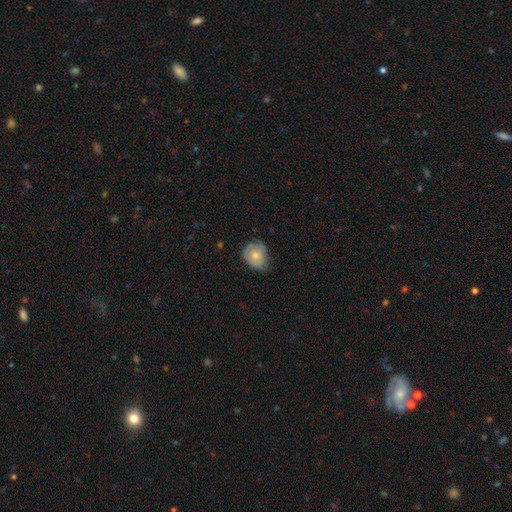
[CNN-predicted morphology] smooth_or_featured: smooth (p=0.70) [alt: featured or disk p=0.23]
how_rounded: round (p=0.60) [alt: in between p=0.39]
merging: none (p=0.54) [alt: minor disturbance p=0.37]